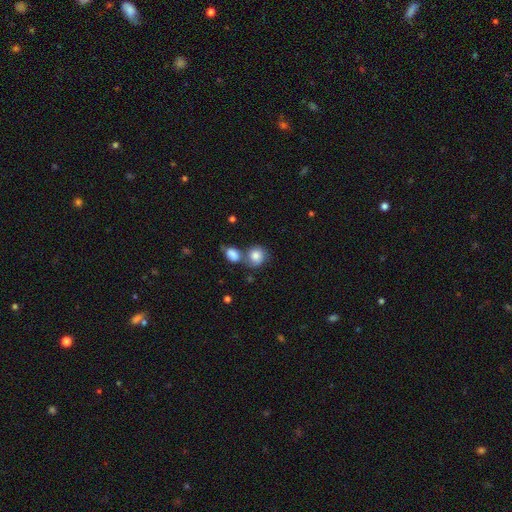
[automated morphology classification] type=smooth (76%); roundness=round (76%); merging=none (41%).